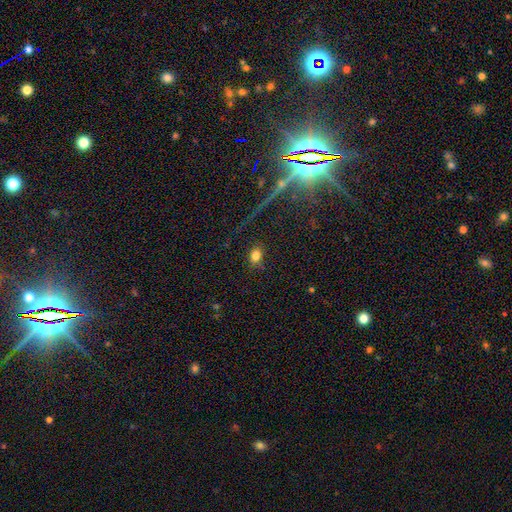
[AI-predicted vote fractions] Smooth or featured? smooth (79%)
How rounded? in between (66%)
Merging? none (83%)